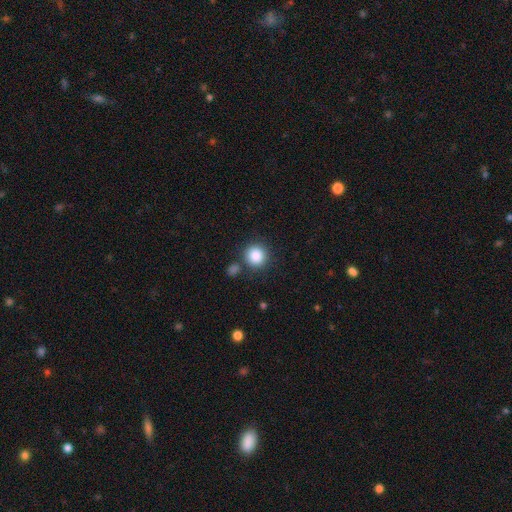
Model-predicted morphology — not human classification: Smooth or featured? smooth (87%)
How rounded? round (92%)
Merging? none (79%)